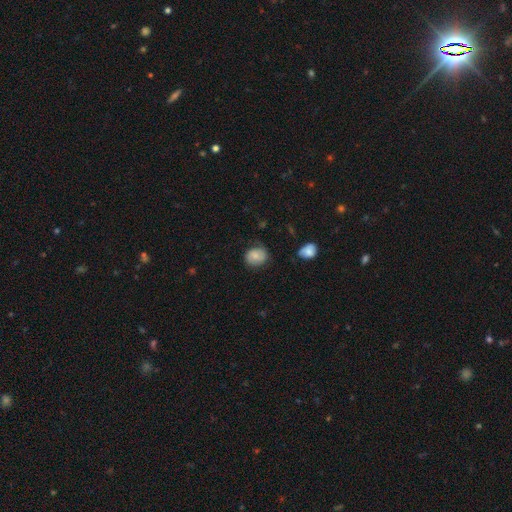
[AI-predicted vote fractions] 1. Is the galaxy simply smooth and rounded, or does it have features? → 74% smooth, 18% featured or disk, 8% star or artifact.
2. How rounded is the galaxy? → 61% round, 38% in between, 1% cigar-shaped.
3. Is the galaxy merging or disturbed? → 69% none, 23% minor disturbance, 6% major disturbance, 2% merger.